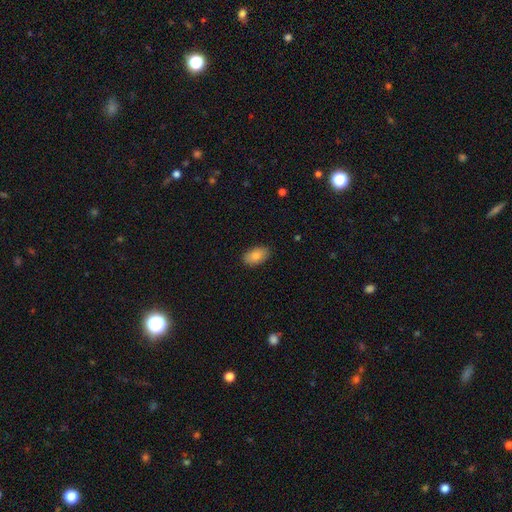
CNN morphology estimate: This appears to be a smooth galaxy with no disk features (87%) that is in between round and cigar-shaped (93%). Merging: none (87%).